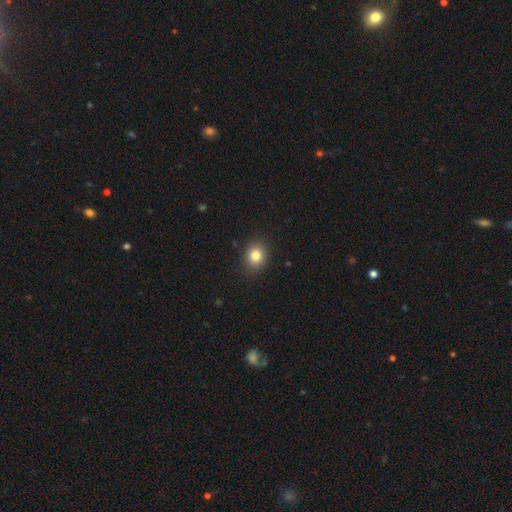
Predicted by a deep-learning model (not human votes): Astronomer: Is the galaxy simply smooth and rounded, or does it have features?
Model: smooth — 82%.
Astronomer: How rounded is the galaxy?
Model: round — 64%.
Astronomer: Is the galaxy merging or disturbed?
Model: none — 89%.